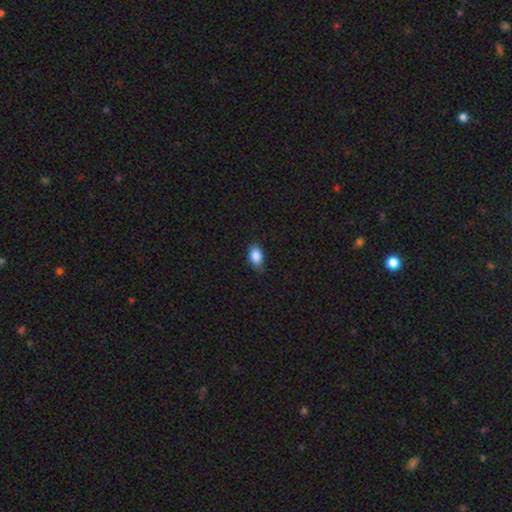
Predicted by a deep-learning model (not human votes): The model was most divided on "merging": none: 77%, minor disturbance: 19%, major disturbance: 3%, merger: 1%. More confident: how rounded — in between (88%); smooth or featured — smooth (88%).